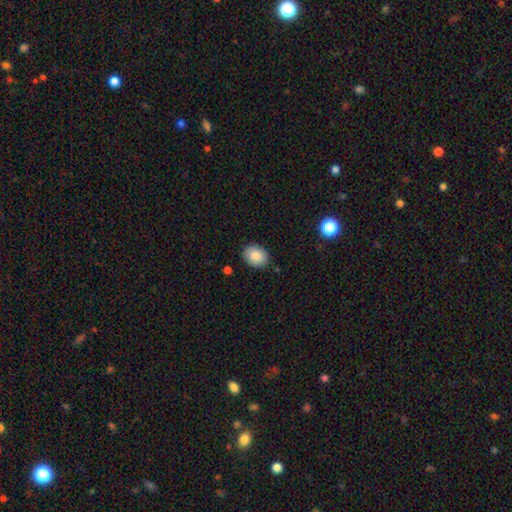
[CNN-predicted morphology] A smooth galaxy with no disk features (84%) that is in between round and cigar-shaped (54%). Merging: none (86%).